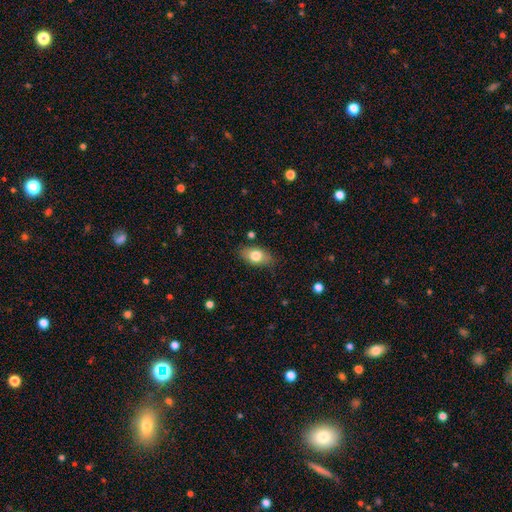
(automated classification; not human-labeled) smooth 77%, featured or disk 16%, star or artifact 7%. Down the decision tree: how rounded — in between (87%); merging — none (80%).